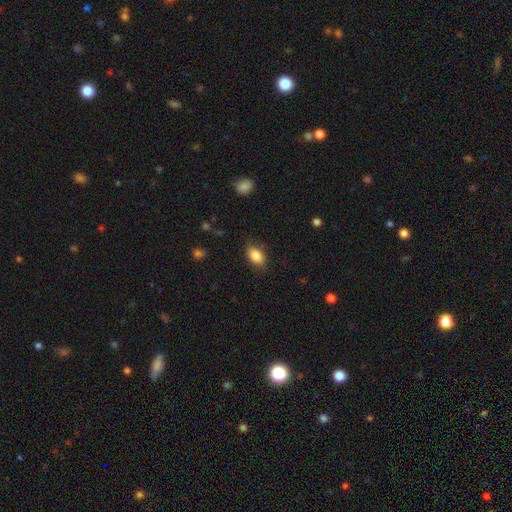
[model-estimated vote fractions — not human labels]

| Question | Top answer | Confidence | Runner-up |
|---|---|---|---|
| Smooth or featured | smooth | 86% | star or artifact (8%) |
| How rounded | in between | 88% | round (10%) |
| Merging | none | 81% | minor disturbance (15%) |